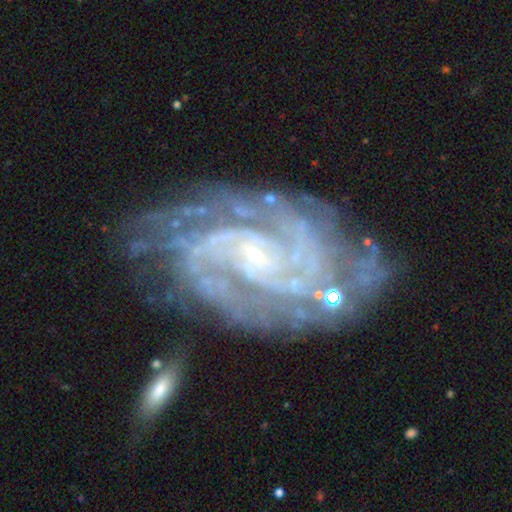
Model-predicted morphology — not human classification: smooth_or_featured: featured or disk (p=0.91) [alt: star or artifact p=0.05]
disk_edge_on: no (p=0.97) [alt: yes p=0.03]
bar: no (p=0.65) [alt: weak p=0.26]
has_spiral_arms: yes (p=0.98) [alt: no p=0.02]
spiral_winding: tight (p=0.69) [alt: medium p=0.27]
spiral_arm_count: 2 (p=0.25) [alt: 4 p=0.19]
bulge_size: small (p=0.86) [alt: moderate p=0.08]
merging: none (p=0.67) [alt: minor disturbance p=0.20]